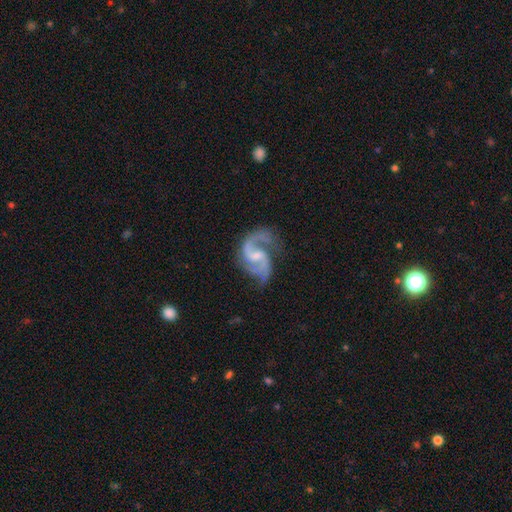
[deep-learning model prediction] Morphology: type=featured or disk (91%); edge-on=no (98%); bar=weak (53%); spiral arms=yes (98%); winding=medium (50%); arm count=2 (87%); bulge=small (53%); merging=none (61%).